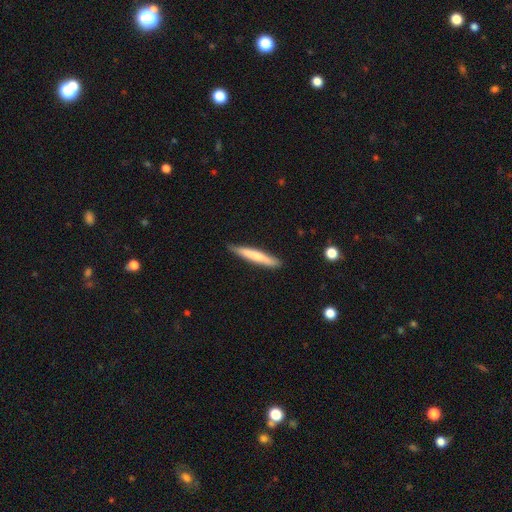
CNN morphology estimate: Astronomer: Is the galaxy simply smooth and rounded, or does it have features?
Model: smooth — 67%.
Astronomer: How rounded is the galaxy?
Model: cigar-shaped — 94%.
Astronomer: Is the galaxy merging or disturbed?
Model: none — 84%.